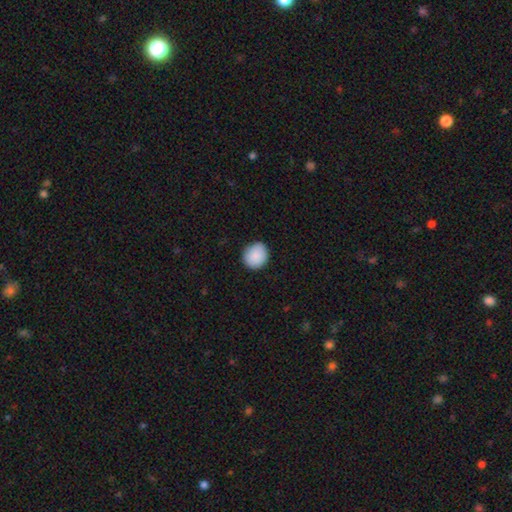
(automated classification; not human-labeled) Smooth or featured? smooth (89%)
How rounded? round (84%)
Merging? none (89%)